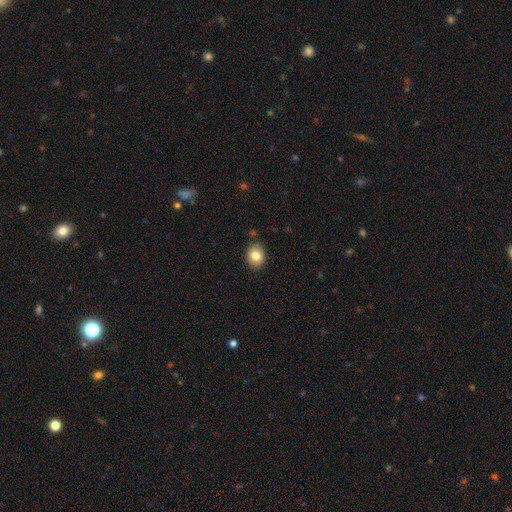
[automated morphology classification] The model was most divided on "how rounded": in between: 56%, round: 43%, cigar-shaped: 1%. More confident: merging — none (86%); smooth or featured — smooth (83%).